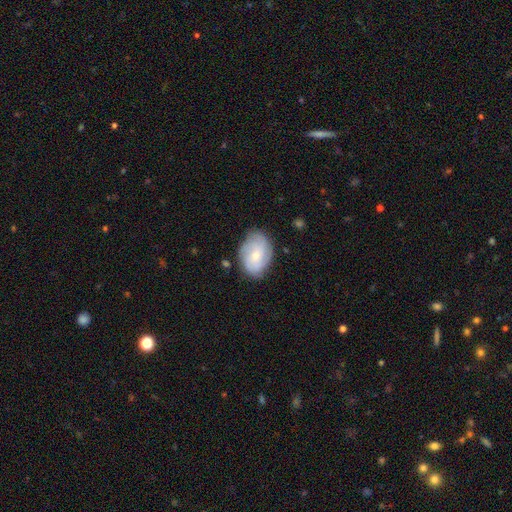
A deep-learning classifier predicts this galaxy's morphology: This appears to be a featured or disk galaxy (55%) with no bar (69%), spiral arms (85%) and a small central bulge (59%). Merging: none (74%).